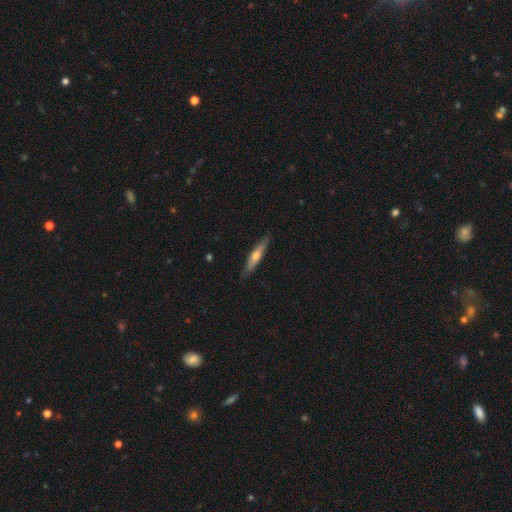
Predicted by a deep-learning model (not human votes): The model was most divided on "smooth or featured": featured or disk: 52%, smooth: 42%, star or artifact: 6%. More confident: edge-on disk — yes (92%); merging — none (88%).